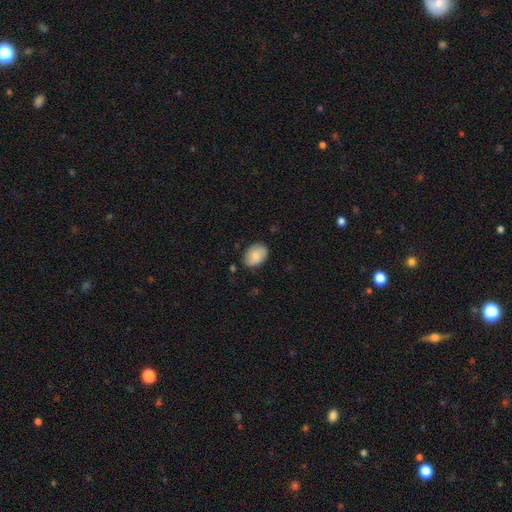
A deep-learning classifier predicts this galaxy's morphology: Smooth or featured? Predicted: smooth (p=0.84). How rounded? Predicted: in between (p=0.79). Merging? Predicted: none (p=0.80).